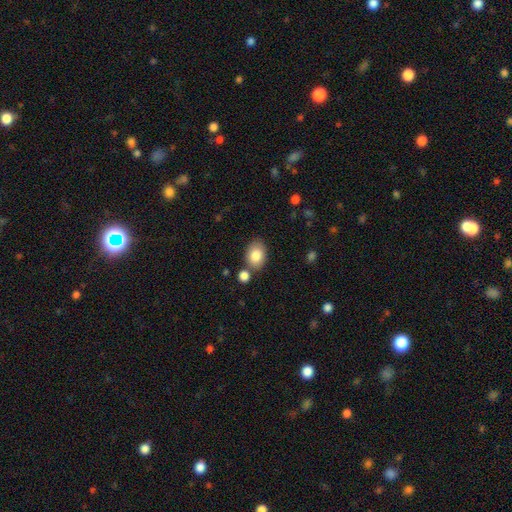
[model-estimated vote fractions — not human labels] smooth 83%, featured or disk 9%, star or artifact 8%. Down the decision tree: how rounded — in between (78%); merging — none (72%).